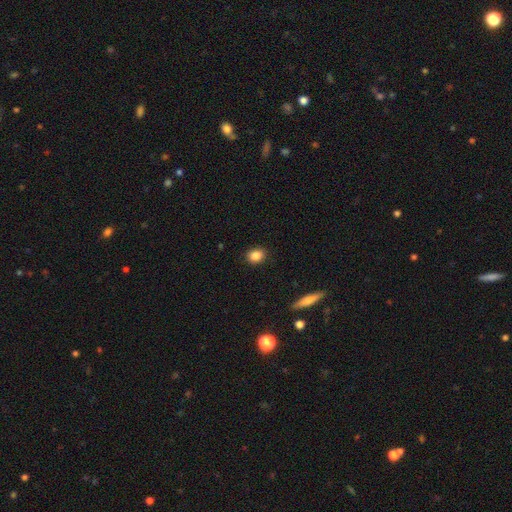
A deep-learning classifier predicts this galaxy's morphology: A smooth galaxy with no disk features (87%) that is round (53%). Merging: none (89%).